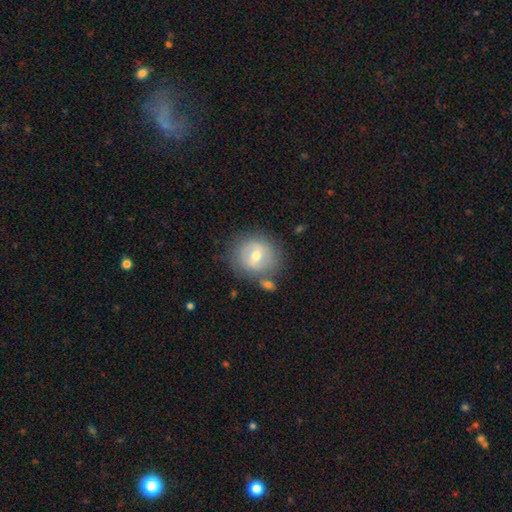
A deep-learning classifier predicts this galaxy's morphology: This appears to be a smooth galaxy with no disk features (47%). Merging: none (71%).